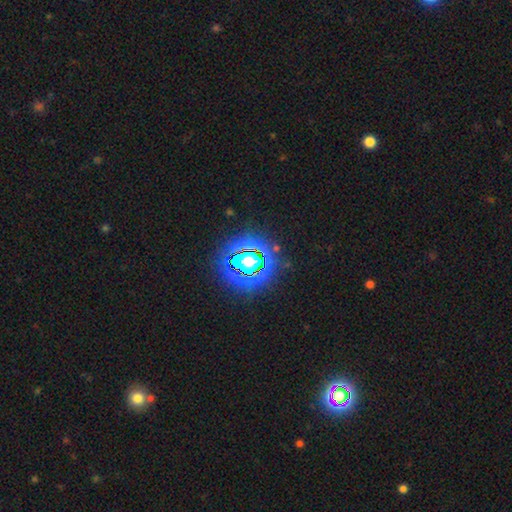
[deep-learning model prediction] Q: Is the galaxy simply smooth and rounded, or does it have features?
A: star or artifact — 83%.